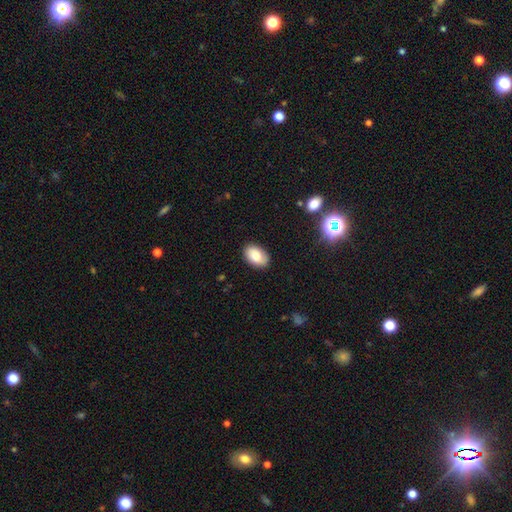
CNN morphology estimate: type=smooth (78%); roundness=in between (90%); merging=none (86%).